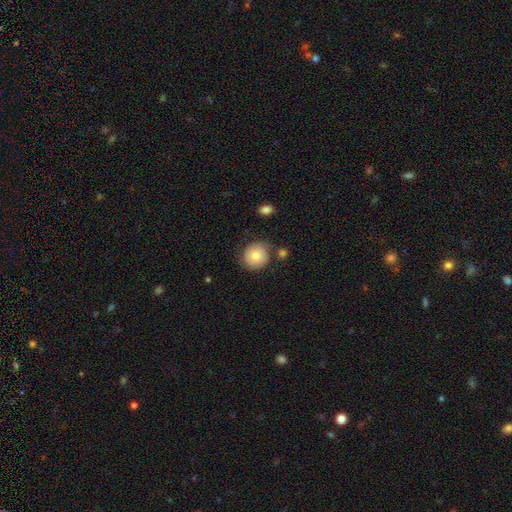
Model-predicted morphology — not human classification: A smooth galaxy with no disk features (79%) that is round (89%).

Vote fractions:
- Smooth or featured? smooth: 79% / featured or disk: 13% / star or artifact: 8%
- How rounded? round: 89% / in between: 10% / cigar-shaped: 1%
- Merging? none: 72% / minor disturbance: 16% / merger: 6% / major disturbance: 5%